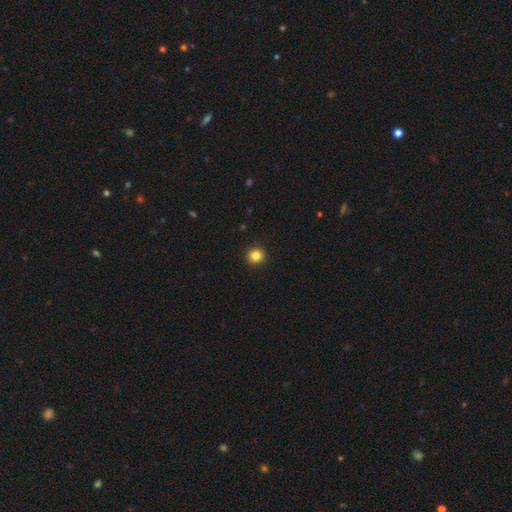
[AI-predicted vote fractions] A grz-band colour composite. It shows a smooth galaxy with no disk features (84%) that is round (94%). Merging: none (93%).